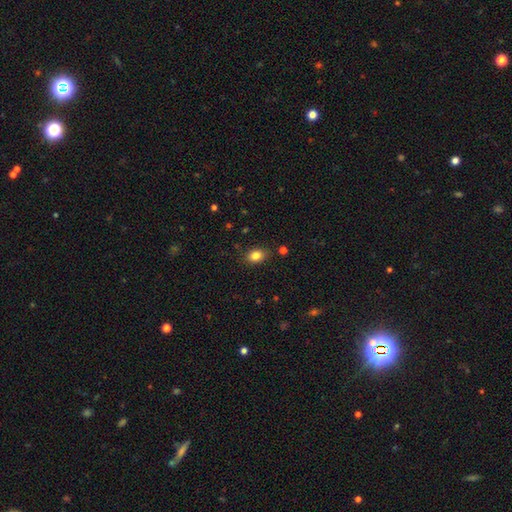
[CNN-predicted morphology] smooth_or_featured: smooth (p=0.83) [alt: star or artifact p=0.10]
how_rounded: in between (p=0.72) [alt: round p=0.27]
merging: none (p=0.84) [alt: minor disturbance p=0.11]